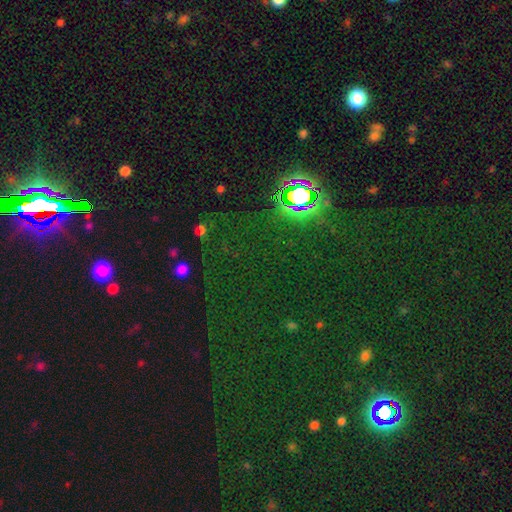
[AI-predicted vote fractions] A star or artifact, not a galaxy (77%).

Vote fractions:
- Smooth or featured? star or artifact: 77% / smooth: 14% / featured or disk: 8%